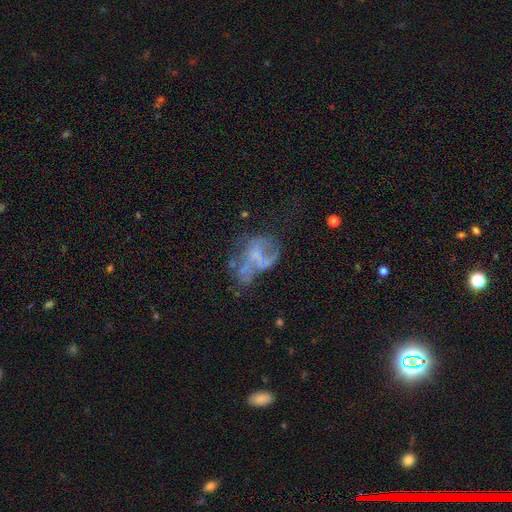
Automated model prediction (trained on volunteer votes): The model was most divided on "merging": major disturbance: 39%, none: 30%, minor disturbance: 18%, merger: 13%. More confident: edge-on disk — no (97%); bar — no (76%); spiral arms — no (72%); bulge size — none (63%); smooth or featured — featured or disk (60%).